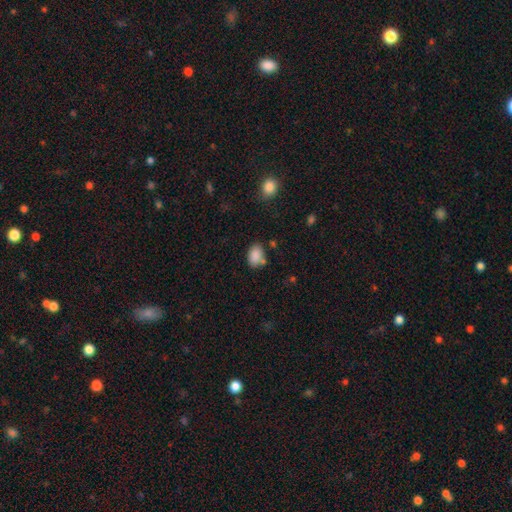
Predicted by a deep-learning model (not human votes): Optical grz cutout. It shows a smooth galaxy with no disk features (86%) that is in between round and cigar-shaped (82%). Merging: none (68%).